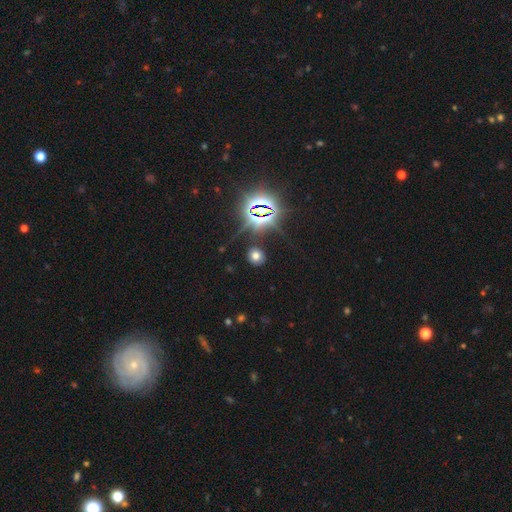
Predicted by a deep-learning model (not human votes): smooth_or_featured: smooth (p=0.61) [alt: star or artifact p=0.31]
how_rounded: round (p=0.81) [alt: in between p=0.18]
merging: none (p=0.86) [alt: minor disturbance p=0.08]